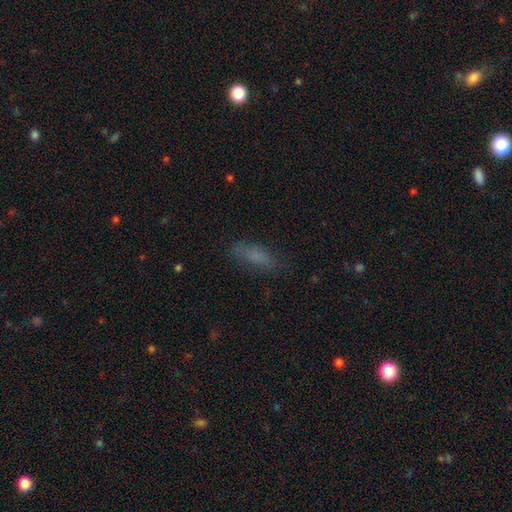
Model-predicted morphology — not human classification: Smooth or featured? smooth (75%)
How rounded? in between (54%)
Merging? none (76%)